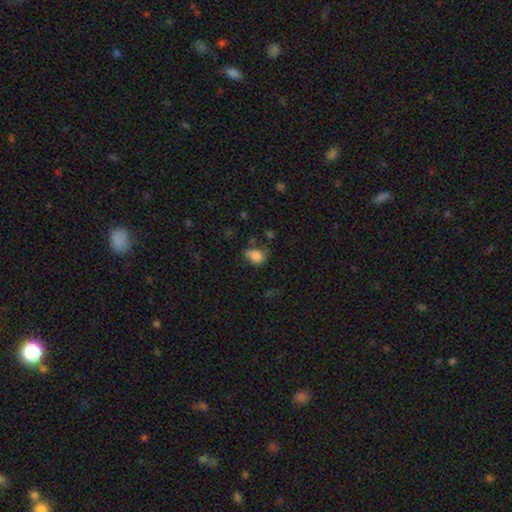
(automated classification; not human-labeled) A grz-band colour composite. It shows a smooth galaxy with no disk features (83%) that is in between round and cigar-shaped (69%). Merging: none (52%).